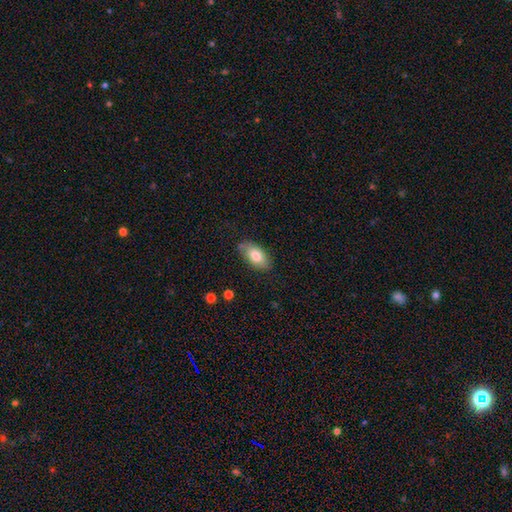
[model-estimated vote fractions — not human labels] Overall: smooth (77%). How rounded: in between (93%). Merging: none (77%).